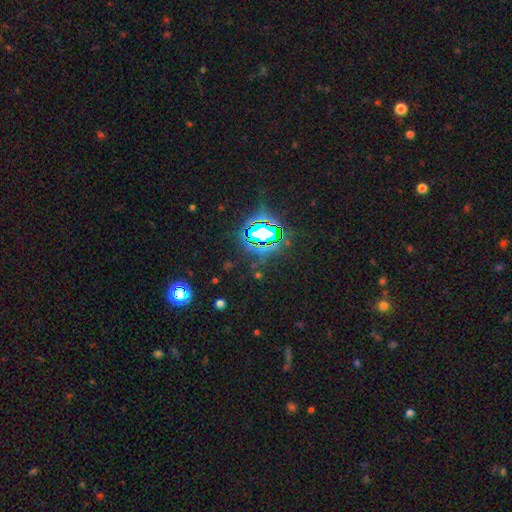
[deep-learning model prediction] The model was most divided on "smooth or featured": star or artifact: 81%, smooth: 12%, featured or disk: 8%.